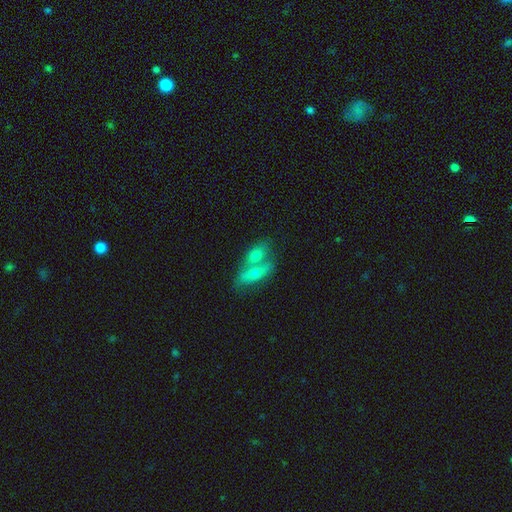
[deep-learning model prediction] smooth_or_featured: smooth (p=0.63) [alt: featured or disk p=0.29]
how_rounded: in between (p=0.75) [alt: round p=0.13]
merging: merger (p=0.66) [alt: none p=0.23]